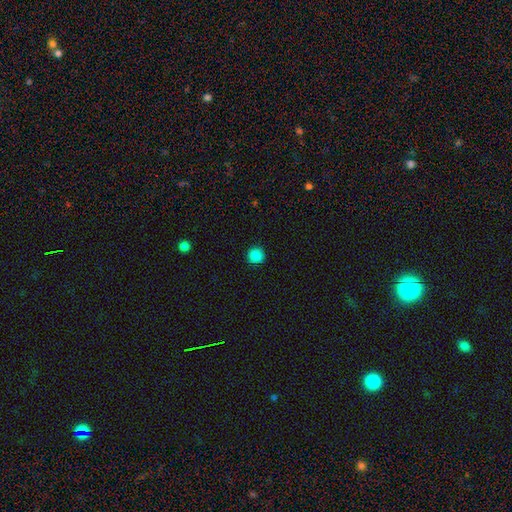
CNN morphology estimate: smooth 87%, star or artifact 11%, featured or disk 2%. Down the decision tree: how rounded — round (94%); merging — none (91%).